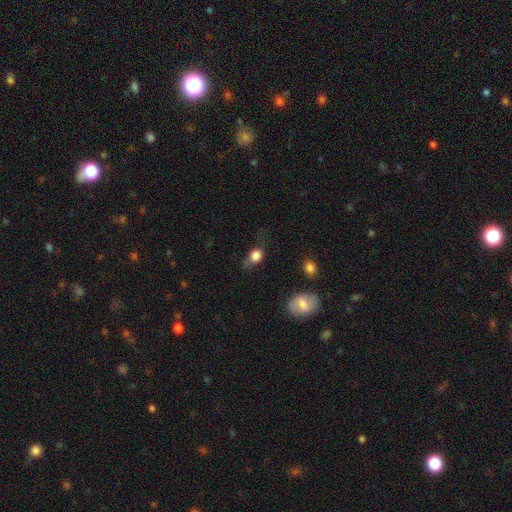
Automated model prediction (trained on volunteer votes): This is likely a smooth galaxy (75%). How rounded: possibly round (49%). Merging: possibly none (47%).